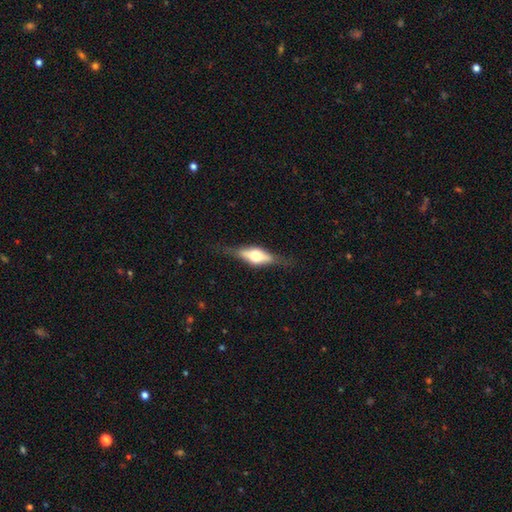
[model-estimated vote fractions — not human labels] Morphology: type=featured or disk (63%); edge-on=yes (92%); edge-on bulge=rounded (88%); merging=none (78%).